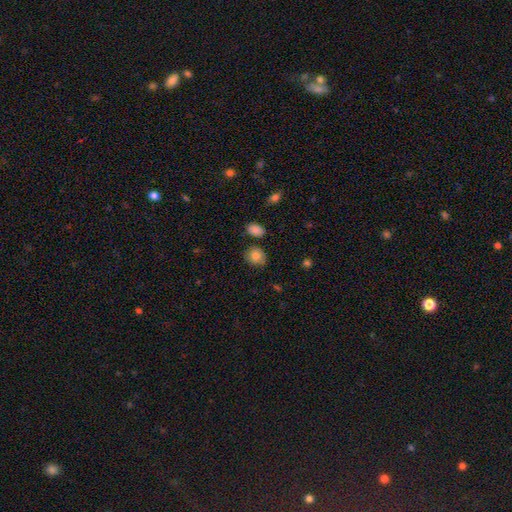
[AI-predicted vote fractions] Morphology: type=smooth (82%); roundness=round (67%); merging=none (76%).